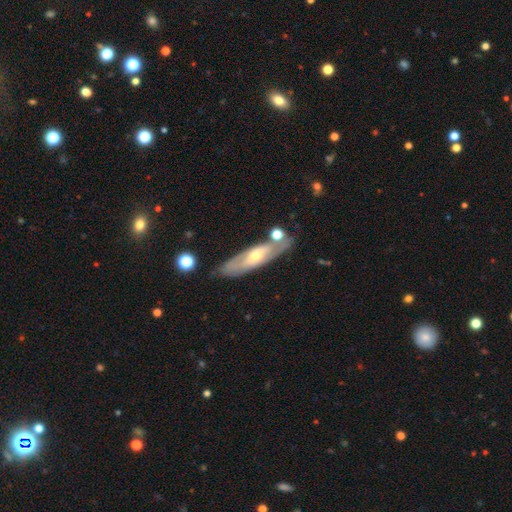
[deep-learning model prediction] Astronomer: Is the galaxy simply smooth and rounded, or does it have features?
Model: featured or disk — 64%.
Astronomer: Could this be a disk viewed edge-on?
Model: no — 63%.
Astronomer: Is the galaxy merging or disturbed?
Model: none — 72%.